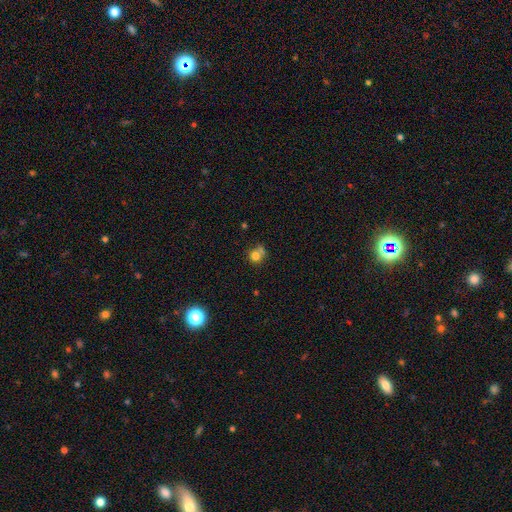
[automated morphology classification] This is likely a smooth galaxy (75%). How rounded: clearly round (83%). Merging: possibly none (45%).